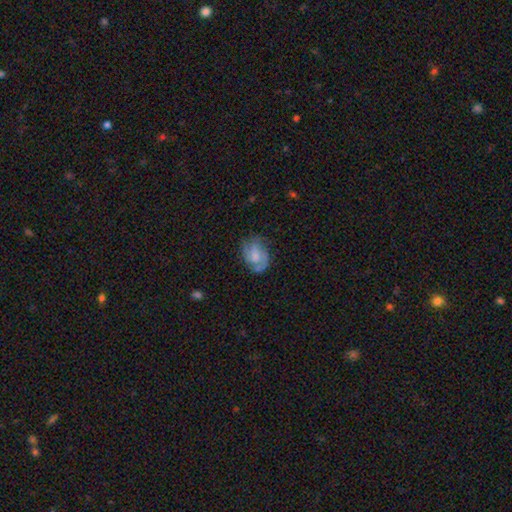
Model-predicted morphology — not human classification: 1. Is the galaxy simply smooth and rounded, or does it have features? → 57% featured or disk, 35% smooth, 8% star or artifact.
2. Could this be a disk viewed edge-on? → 97% no, 3% yes.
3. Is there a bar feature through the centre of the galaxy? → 53% no, 39% weak, 8% strong.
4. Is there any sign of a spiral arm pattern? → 83% yes, 17% no.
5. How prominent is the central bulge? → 32% moderate, 29% none, 27% small, 11% large, 2% dominant.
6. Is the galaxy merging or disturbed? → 60% none, 25% minor disturbance, 13% major disturbance, 2% merger.